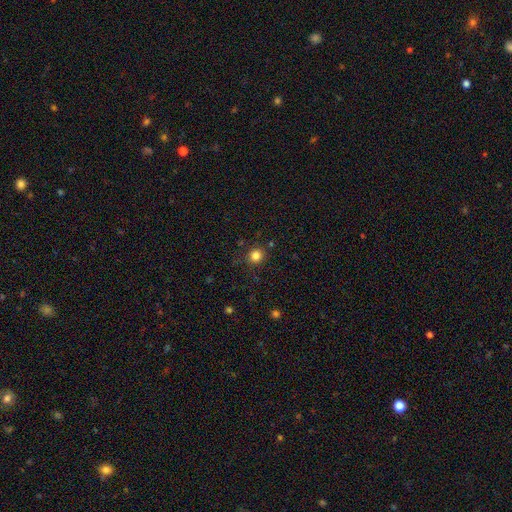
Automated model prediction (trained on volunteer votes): Smooth or featured? Predicted: smooth (p=0.82). How rounded? Predicted: round (p=0.92). Merging? Predicted: none (p=0.86).